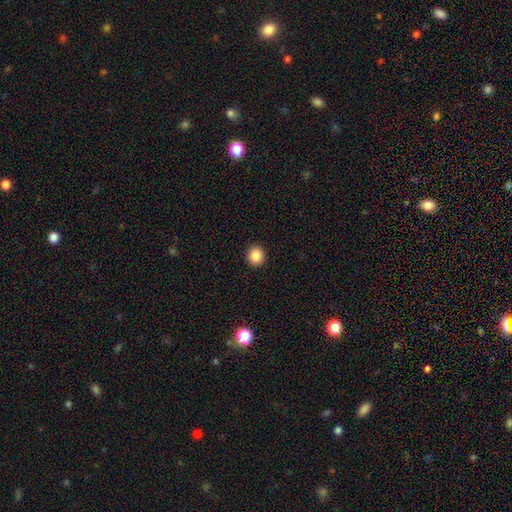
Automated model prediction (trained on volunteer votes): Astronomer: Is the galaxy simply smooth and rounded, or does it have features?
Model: smooth — 86%.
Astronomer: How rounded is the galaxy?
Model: round — 89%.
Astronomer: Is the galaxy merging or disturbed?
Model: none — 93%.